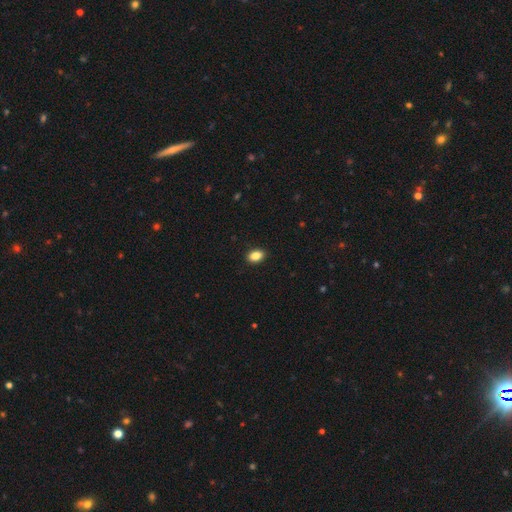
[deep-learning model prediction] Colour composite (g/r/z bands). It shows a smooth galaxy with no disk features (88%) that is in between round and cigar-shaped (84%). Merging: none (91%).